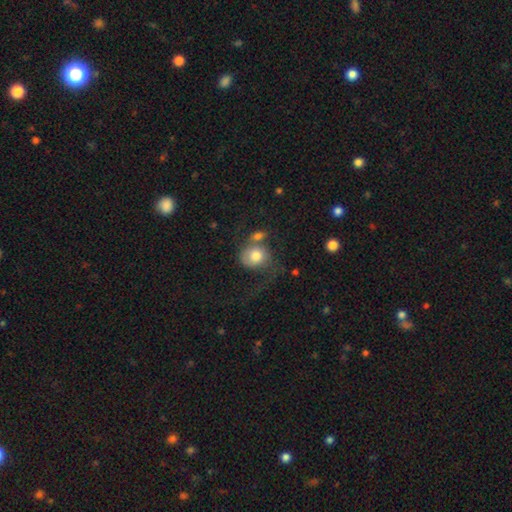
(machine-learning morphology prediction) Smooth or featured: smooth — 69% (featured or disk — 23%)
How rounded: round — 74% (in between — 25%)
Merging: merger — 30% (none — 29%)